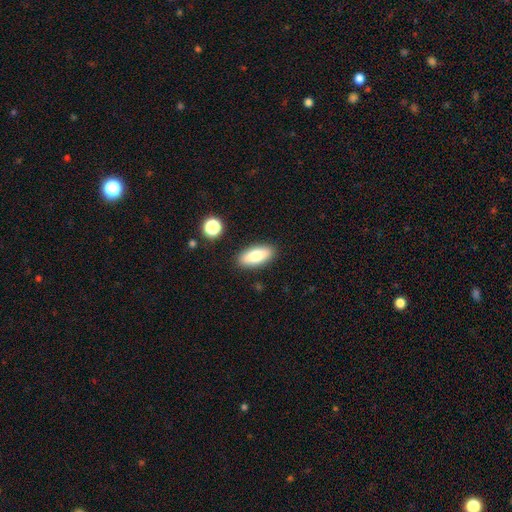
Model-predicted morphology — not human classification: type=smooth (75%); roundness=in between (79%); merging=none (88%).